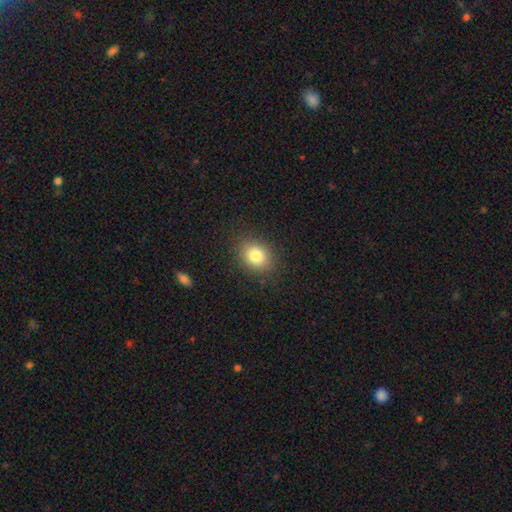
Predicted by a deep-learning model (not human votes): Overall: smooth (82%). How rounded: round (50%; in between 49%). Merging: none (87%).